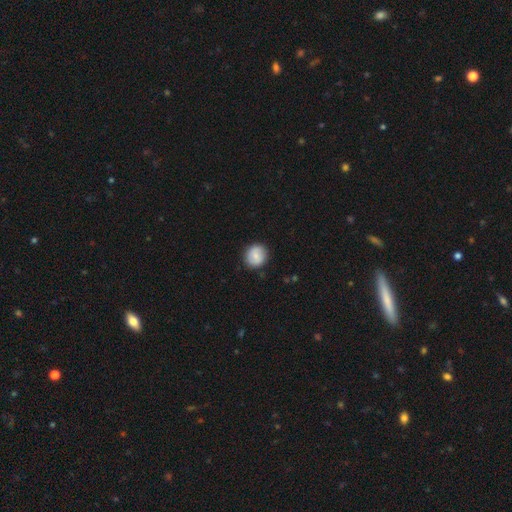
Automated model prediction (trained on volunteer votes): smooth_or_featured: smooth (p=0.75) [alt: featured or disk p=0.18]
how_rounded: round (p=0.86) [alt: in between p=0.13]
merging: none (p=0.87) [alt: minor disturbance p=0.10]